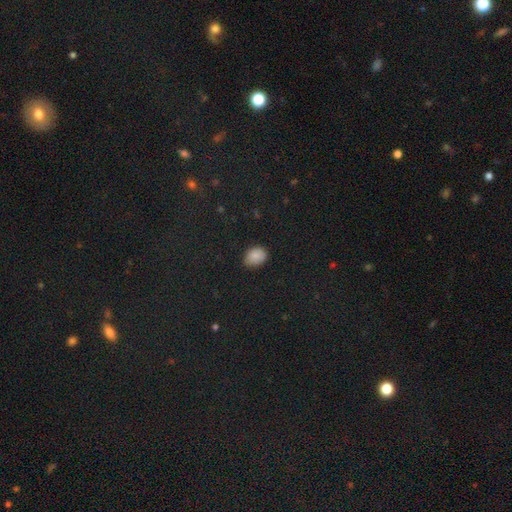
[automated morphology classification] A smooth galaxy with no disk features (84%) that is in between round and cigar-shaped (63%). Merging: none (79%).